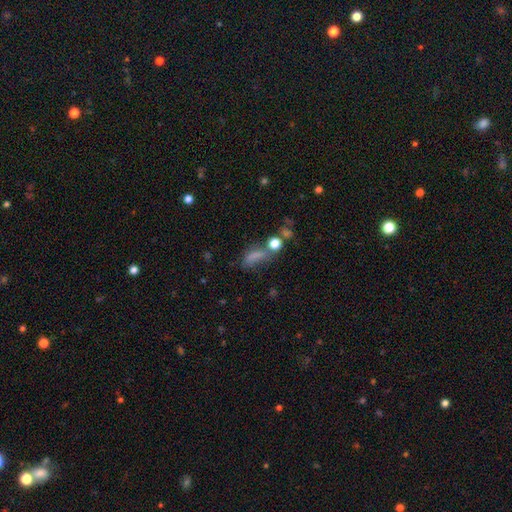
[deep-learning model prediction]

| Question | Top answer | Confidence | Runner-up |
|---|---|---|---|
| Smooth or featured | smooth | 66% | star or artifact (20%) |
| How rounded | in between | 59% | cigar-shaped (25%) |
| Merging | none | 39% | merger (21%) |